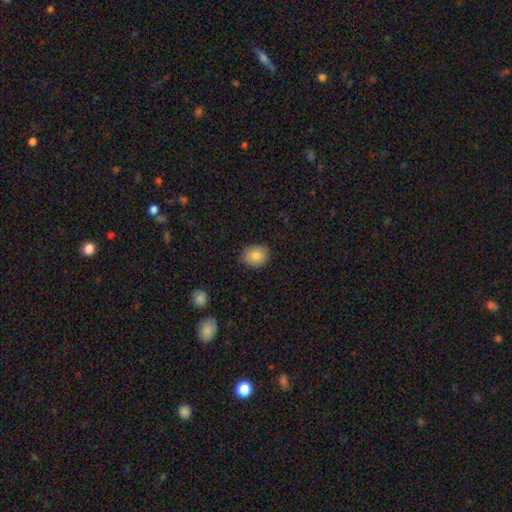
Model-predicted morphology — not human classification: Smooth or featured? Predicted: smooth (p=0.83). How rounded? Predicted: round (p=0.59). Merging? Predicted: none (p=0.81).